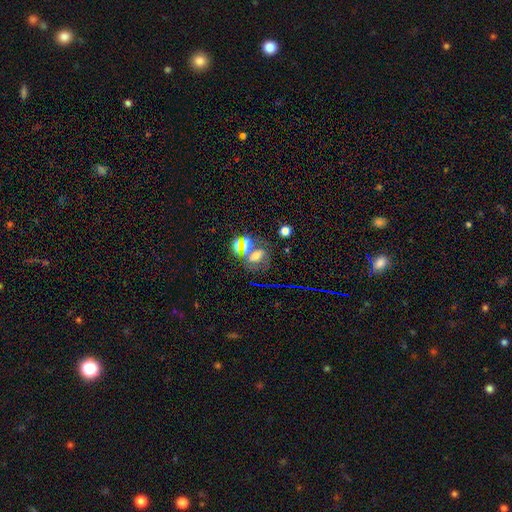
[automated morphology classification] smooth 40%, star or artifact 35%, featured or disk 25%. Down the decision tree: merging — none (44%).